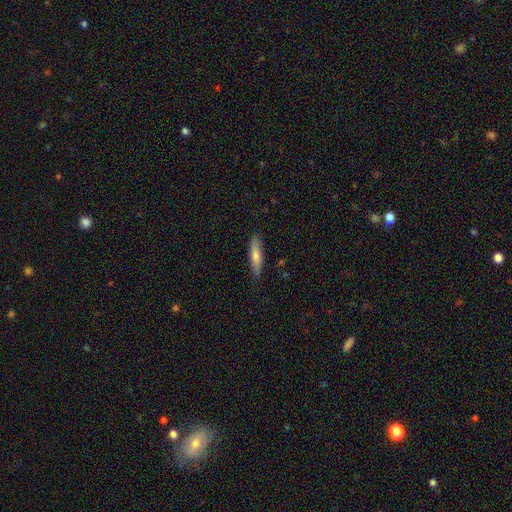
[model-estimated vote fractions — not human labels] This is likely a smooth galaxy (65%). How rounded: clearly cigar-shaped (80%). Merging: clearly none (84%).